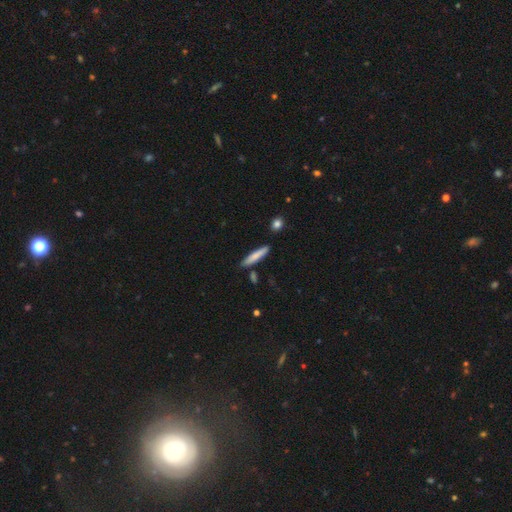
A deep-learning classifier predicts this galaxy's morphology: smooth_or_featured: smooth (p=0.77) [alt: featured or disk p=0.17]
how_rounded: cigar-shaped (p=0.89) [alt: in between p=0.10]
merging: none (p=0.84) [alt: minor disturbance p=0.10]